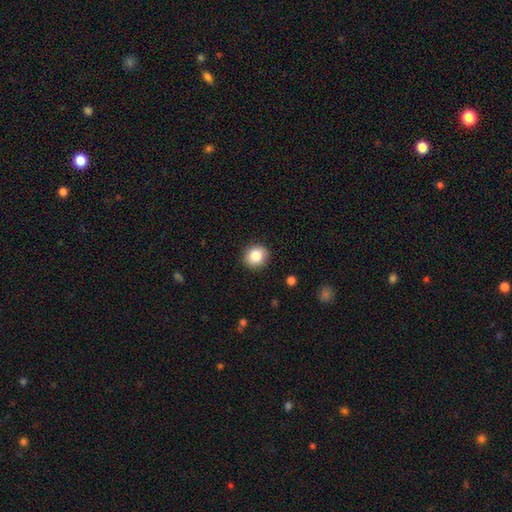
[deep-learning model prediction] Overall: smooth (84%). How rounded: round (85%). Merging: none (91%).